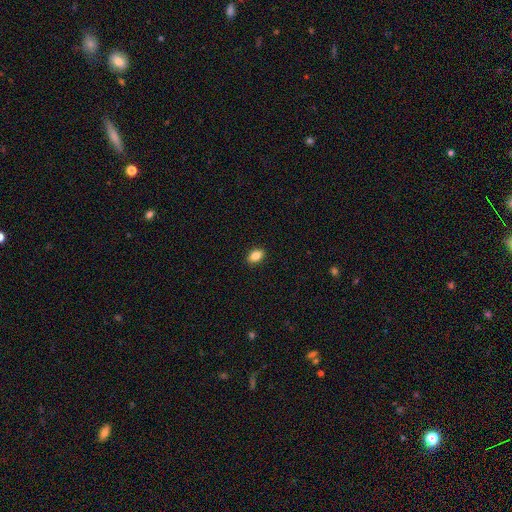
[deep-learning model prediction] Smooth or featured?
  - smooth: 86% *
  - star or artifact: 8%
  - featured or disk: 6%
How rounded?
  - in between: 87% *
  - round: 11%
  - cigar-shaped: 2%
Merging?
  - none: 91% *
  - minor disturbance: 7%
  - major disturbance: 2%
  - merger: 1%